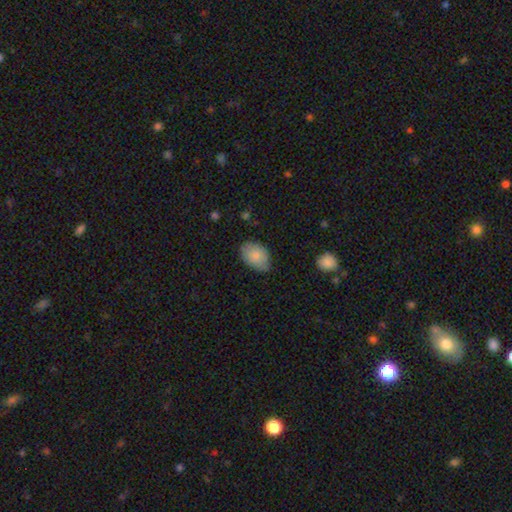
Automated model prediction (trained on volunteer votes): Smooth or featured: smooth — 83% (featured or disk — 11%)
How rounded: in between — 87% (round — 12%)
Merging: none — 71% (minor disturbance — 24%)